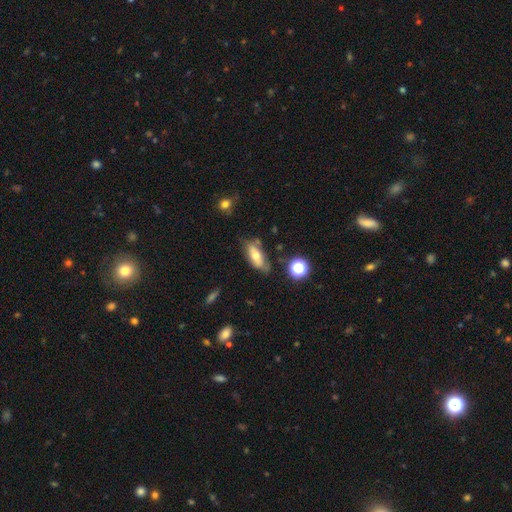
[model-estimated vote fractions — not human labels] smooth-or-featured: smooth: 59% | featured or disk: 32% | star or artifact: 9%
  how-rounded: in between: 74% | cigar-shaped: 22% | round: 4%
  merging: none: 64% | minor disturbance: 24% | major disturbance: 7% | merger: 5%